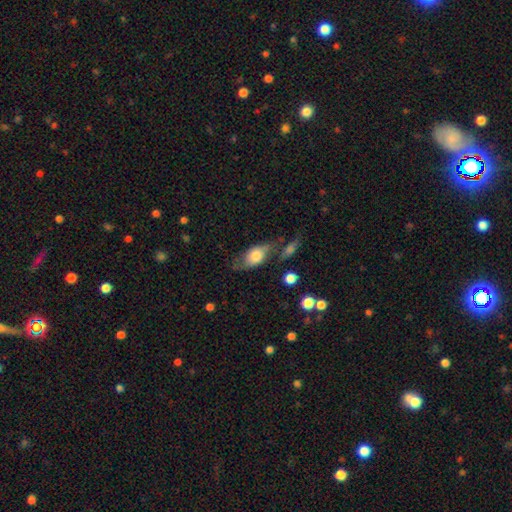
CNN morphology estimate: Smooth or featured? Predicted: smooth (p=0.60). How rounded? Predicted: in between (p=0.83). Merging? Predicted: none (p=0.46).